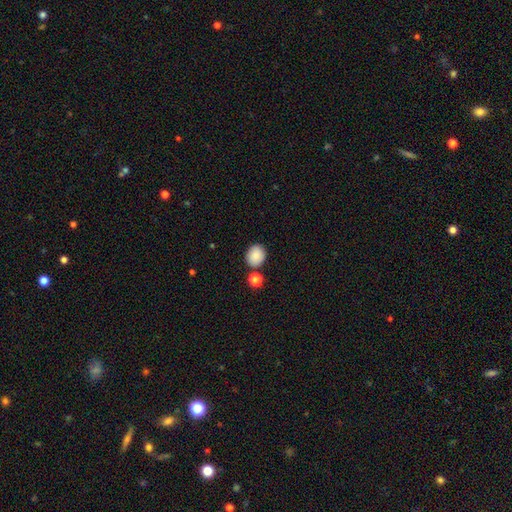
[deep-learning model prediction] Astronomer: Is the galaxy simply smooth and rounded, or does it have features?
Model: smooth — 87%.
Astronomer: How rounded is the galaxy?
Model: round — 61% (runner-up: in between, 38%).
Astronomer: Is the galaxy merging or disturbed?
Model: none — 80%.